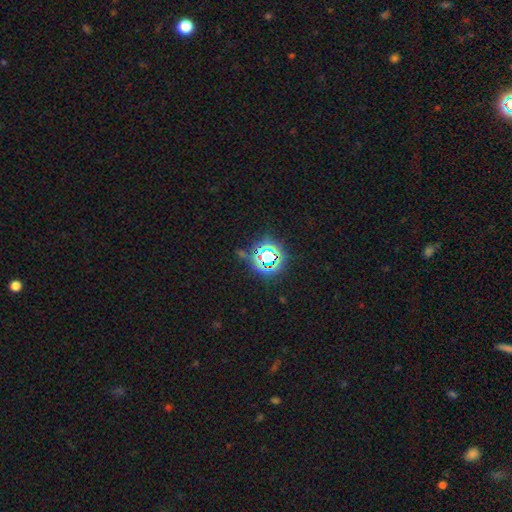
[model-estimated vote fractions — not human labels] A star or artifact, not a galaxy (74%).

Vote fractions:
- Smooth or featured? star or artifact: 74% / smooth: 17% / featured or disk: 9%